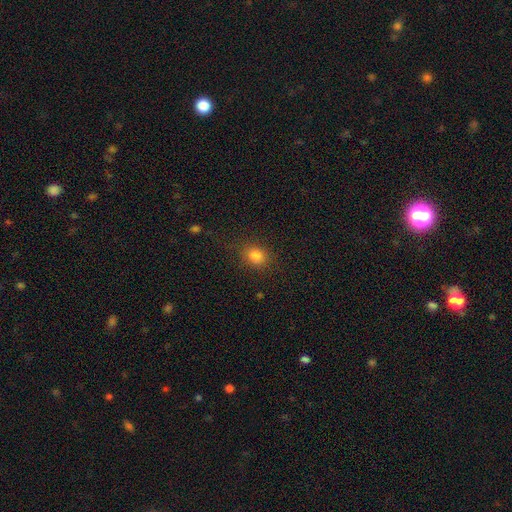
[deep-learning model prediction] smooth 83%, star or artifact 12%, featured or disk 5%. Down the decision tree: how rounded — round (56%); merging — none (83%).